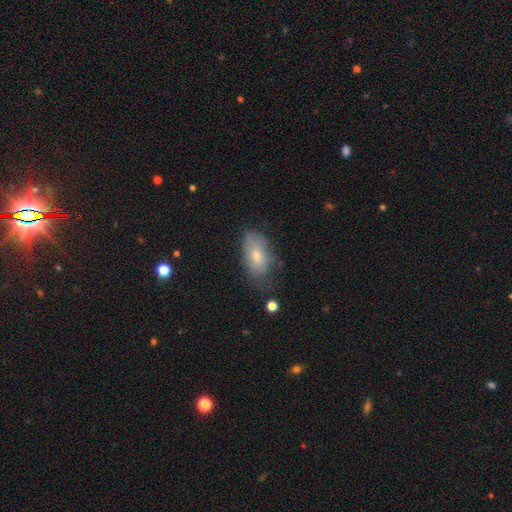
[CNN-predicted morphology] Smooth or featured: smooth — 67% (featured or disk — 24%)
How rounded: in between — 91% (round — 5%)
Merging: none — 51% (minor disturbance — 33%)